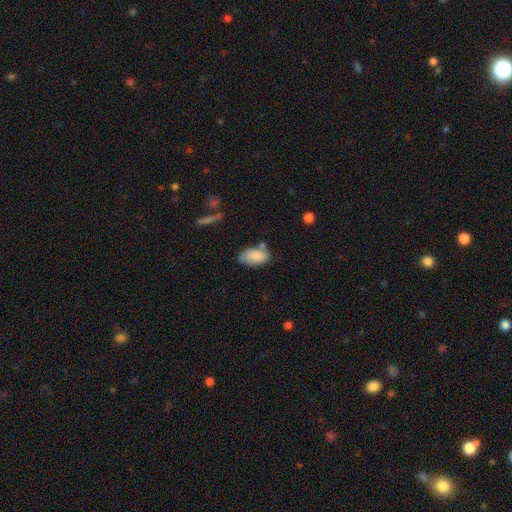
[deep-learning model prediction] Q: Smooth or featured?
A: smooth (83%); runner-up: featured or disk (10%)
Q: How rounded?
A: in between (94%); runner-up: round (4%)
Q: Merging?
A: none (61%); runner-up: minor disturbance (24%)